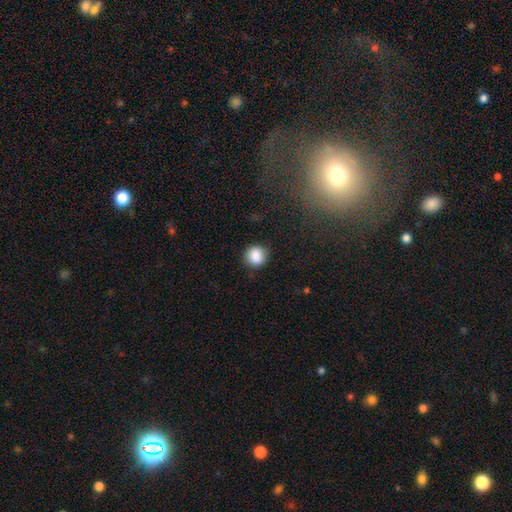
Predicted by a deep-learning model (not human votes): Smooth or featured? Predicted: smooth (p=0.87). How rounded? Predicted: round (p=0.88). Merging? Predicted: none (p=0.85).